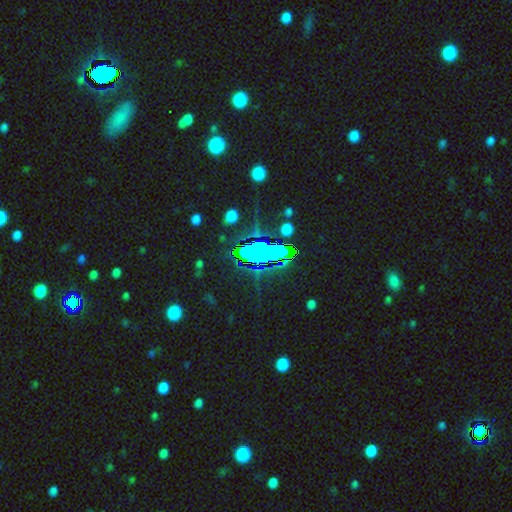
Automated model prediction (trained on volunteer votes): A star or artifact, not a galaxy (70%).